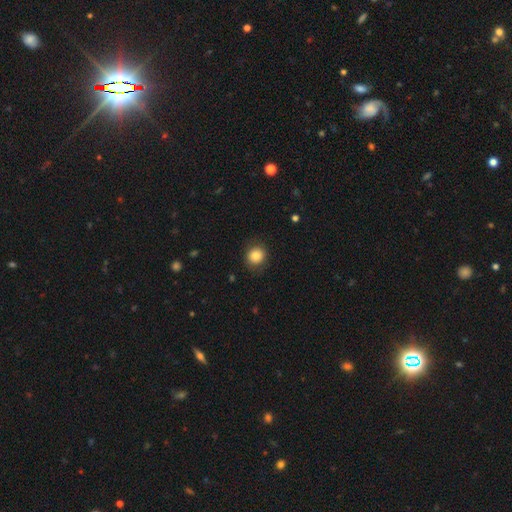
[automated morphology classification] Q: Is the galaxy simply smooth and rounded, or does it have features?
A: smooth — 83%.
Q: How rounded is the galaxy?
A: round — 84%.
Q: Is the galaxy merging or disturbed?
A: none — 85%.